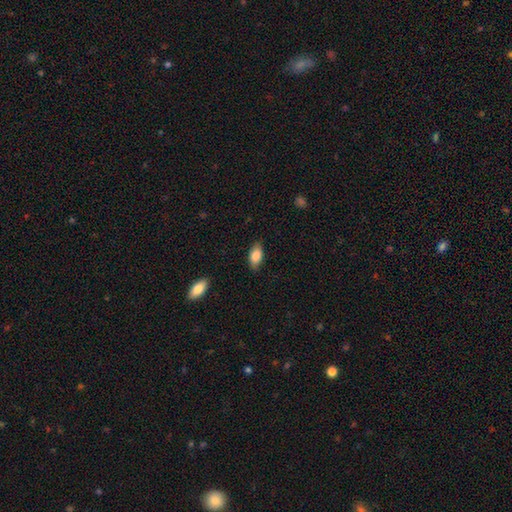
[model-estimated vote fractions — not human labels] Q: Smooth or featured?
A: smooth (85%); runner-up: featured or disk (8%)
Q: How rounded?
A: in between (91%); runner-up: cigar-shaped (4%)
Q: Merging?
A: none (83%); runner-up: minor disturbance (13%)